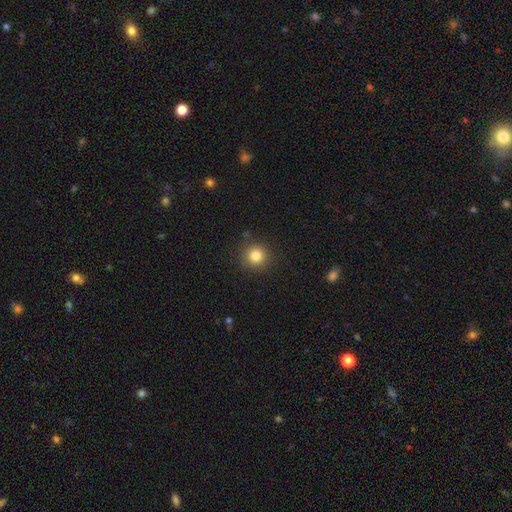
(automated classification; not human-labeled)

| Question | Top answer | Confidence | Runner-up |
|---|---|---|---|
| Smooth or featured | smooth | 82% | star or artifact (12%) |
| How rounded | round | 93% | in between (6%) |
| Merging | none | 89% | minor disturbance (7%) |